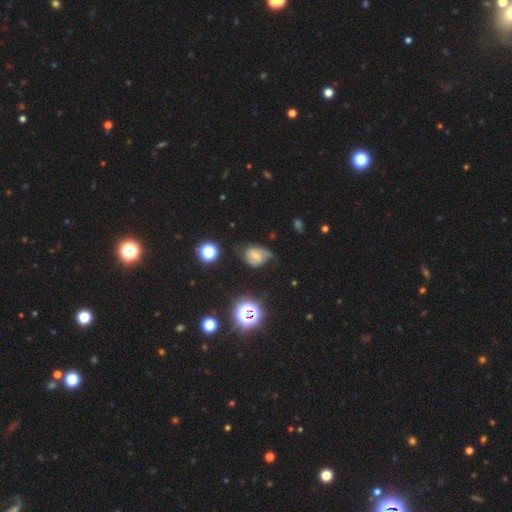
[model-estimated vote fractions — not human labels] Smooth or featured? featured or disk (63%)
Edge-on disk? no (97%)
Bar? weak (51%)
Spiral arms? yes (90%)
Spiral winding? medium (45%)
Spiral arm count? 2 (62%)
Bulge size? small (51%)
Merging? none (48%)